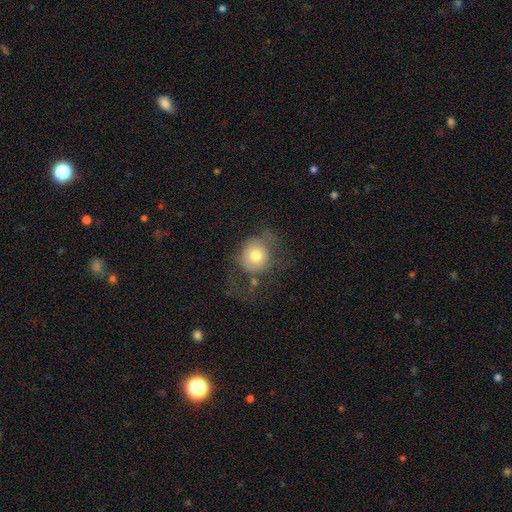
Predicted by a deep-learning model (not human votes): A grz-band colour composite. It shows a smooth galaxy with no disk features (67%) that is round (85%). Merging: none (39%).